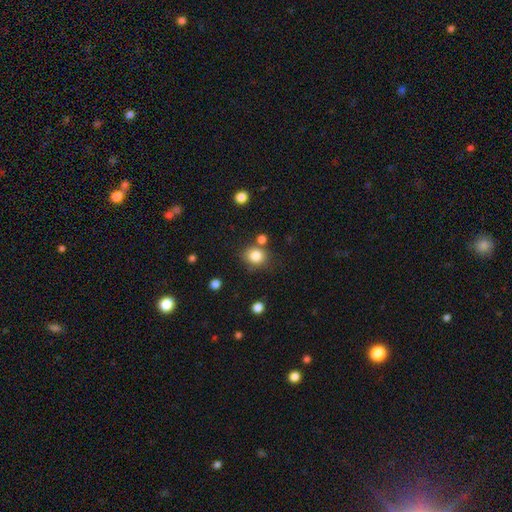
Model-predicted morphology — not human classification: A smooth galaxy with no disk features (83%) that is round (77%).

Vote fractions:
- Smooth or featured? smooth: 83% / star or artifact: 11% / featured or disk: 6%
- How rounded? round: 77% / in between: 22% / cigar-shaped: 1%
- Merging? none: 73% / merger: 12% / minor disturbance: 12% / major disturbance: 4%